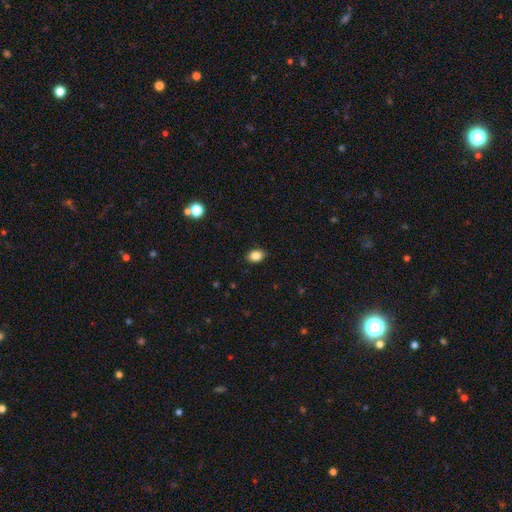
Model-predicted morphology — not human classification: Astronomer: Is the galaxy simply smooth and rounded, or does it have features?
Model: smooth — 86%.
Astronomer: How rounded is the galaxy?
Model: in between — 72%.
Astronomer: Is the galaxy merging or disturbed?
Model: none — 88%.